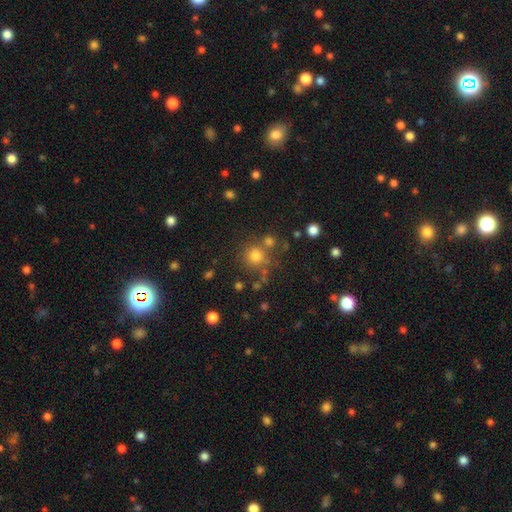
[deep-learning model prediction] A smooth galaxy with no disk features (75%) that is round (92%). Merging: none (69%).